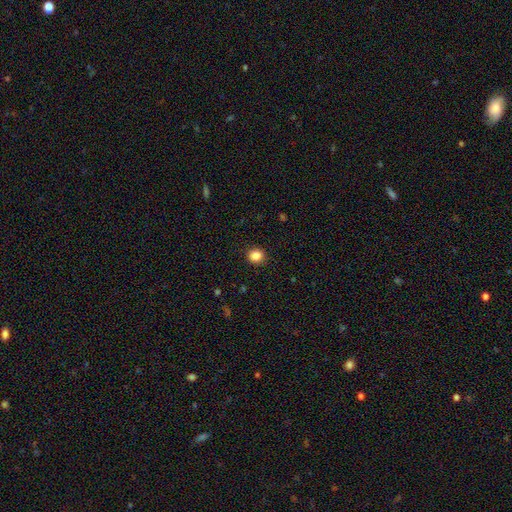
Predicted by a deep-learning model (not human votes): smooth 87%, star or artifact 10%, featured or disk 3%. Down the decision tree: how rounded — round (81%); merging — none (90%).